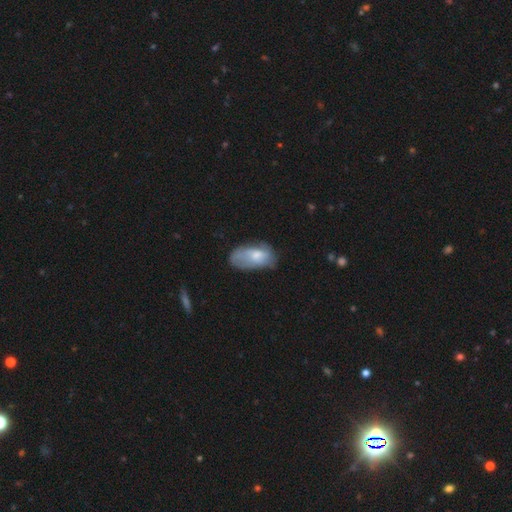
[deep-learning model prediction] smooth-or-featured: smooth: 62% | featured or disk: 30% | star or artifact: 7%
  how-rounded: in between: 93% | round: 5% | cigar-shaped: 3%
  merging: none: 39% | minor disturbance: 36% | major disturbance: 23% | merger: 3%